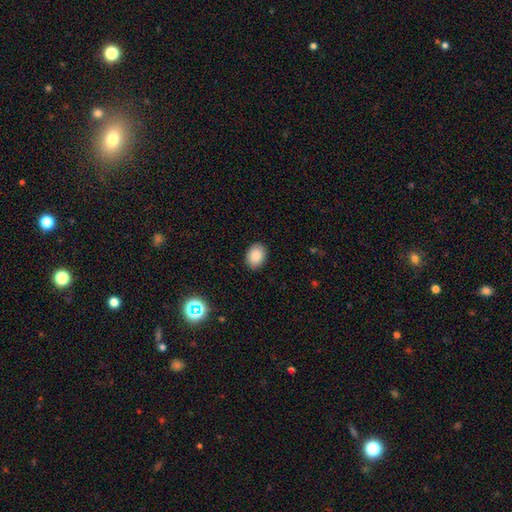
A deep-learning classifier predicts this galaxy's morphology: A smooth galaxy with no disk features (86%) that is in between round and cigar-shaped (65%). Merging: none (89%).